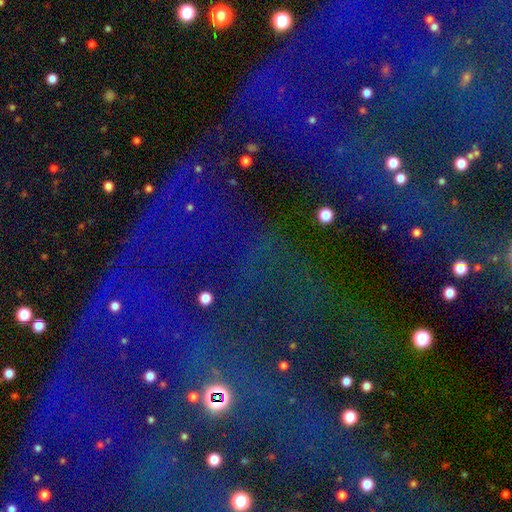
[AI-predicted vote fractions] A star or artifact, not a galaxy (82%).

Vote fractions:
- Smooth or featured? star or artifact: 82% / smooth: 9% / featured or disk: 9%